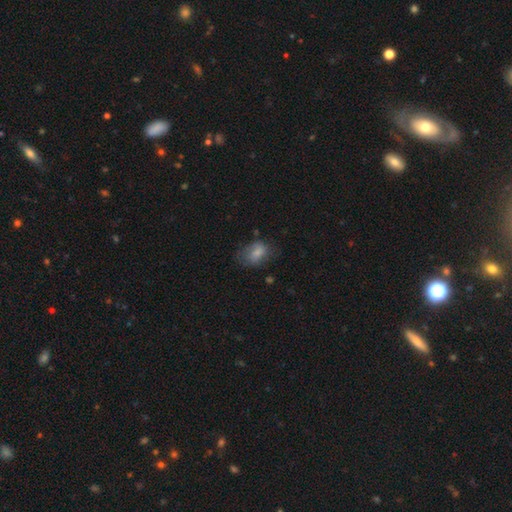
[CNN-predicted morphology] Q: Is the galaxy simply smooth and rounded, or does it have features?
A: smooth — 65%.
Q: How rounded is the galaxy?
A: in between — 77%.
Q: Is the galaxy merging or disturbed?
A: none — 61%.